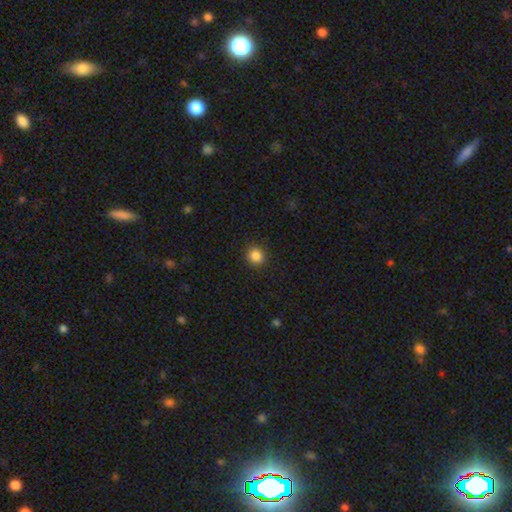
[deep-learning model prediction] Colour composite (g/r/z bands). It shows a smooth galaxy with no disk features (86%) that is round (89%). Merging: none (90%).